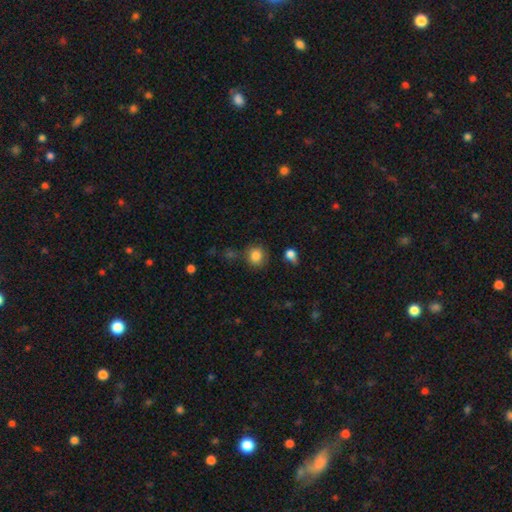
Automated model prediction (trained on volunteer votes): Smooth or featured? Predicted: smooth (p=0.84). How rounded? Predicted: round (p=0.80). Merging? Predicted: none (p=0.74).